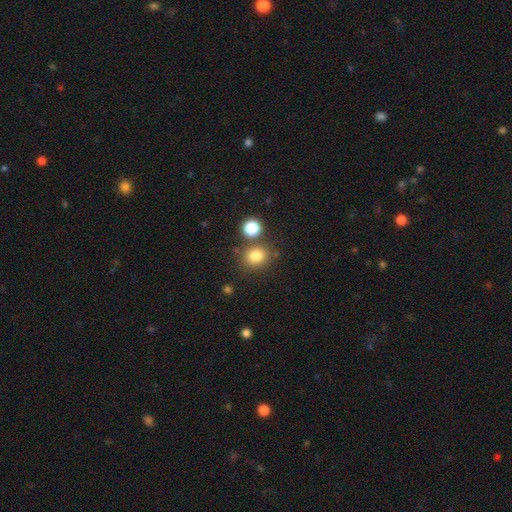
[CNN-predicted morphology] Smooth or featured: smooth — 81% (star or artifact — 12%)
How rounded: round — 74% (in between — 25%)
Merging: none — 72% (merger — 14%)